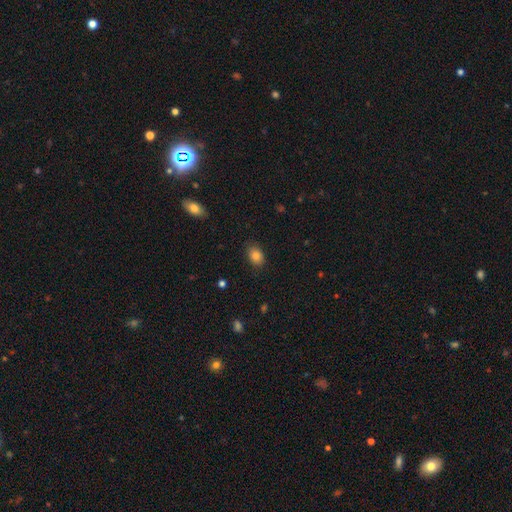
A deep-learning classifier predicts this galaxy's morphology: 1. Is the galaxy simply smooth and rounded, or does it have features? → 85% smooth, 9% star or artifact, 6% featured or disk.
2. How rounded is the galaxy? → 80% in between, 19% round, 1% cigar-shaped.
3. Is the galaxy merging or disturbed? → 83% none, 13% minor disturbance, 3% major disturbance, 1% merger.